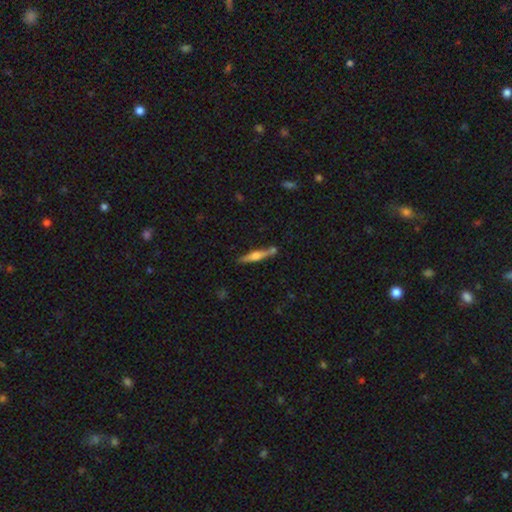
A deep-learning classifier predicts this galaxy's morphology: Smooth or featured? featured or disk (54%)
Edge-on disk? yes (95%)
Edge-on bulge? rounded (79%)
Merging? none (71%)